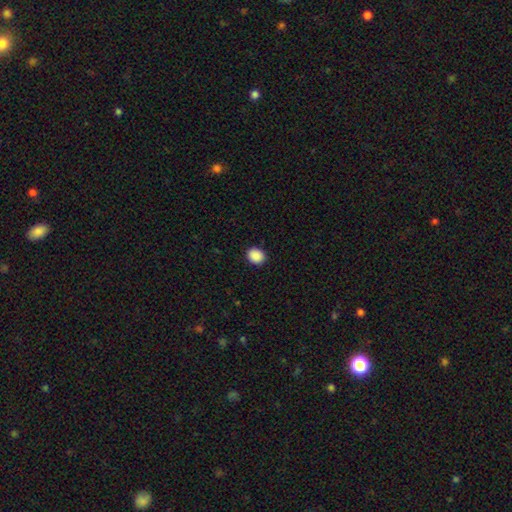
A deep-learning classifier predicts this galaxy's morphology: Overall: smooth (90%). How rounded: round (63%; in between 36%). Merging: none (91%).